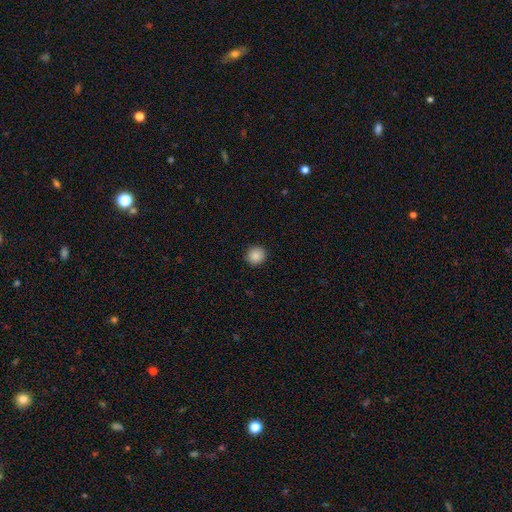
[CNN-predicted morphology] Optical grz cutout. It shows a smooth galaxy with no disk features (87%) that is round (93%). Merging: none (92%).